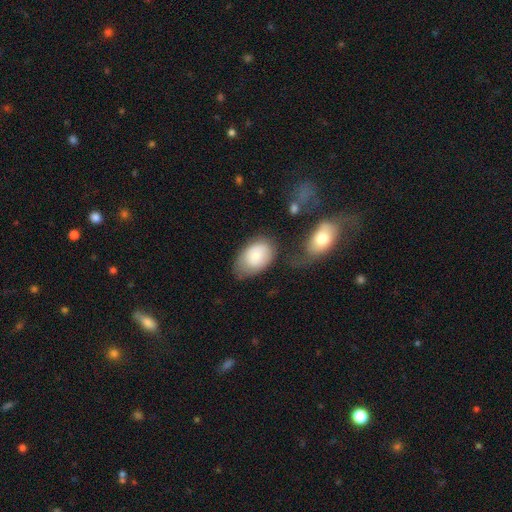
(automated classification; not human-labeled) Overall: smooth (76%). How rounded: in between (86%). Merging: none (53%; minor disturbance 24%).